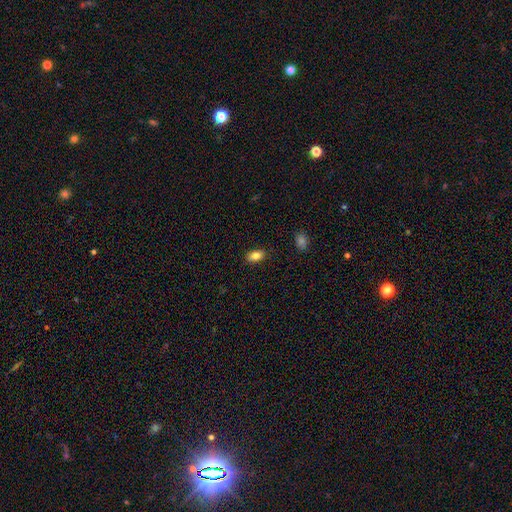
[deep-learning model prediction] Q: Smooth or featured?
A: smooth (84%); runner-up: star or artifact (8%)
Q: How rounded?
A: in between (90%); runner-up: round (7%)
Q: Merging?
A: none (87%); runner-up: minor disturbance (9%)